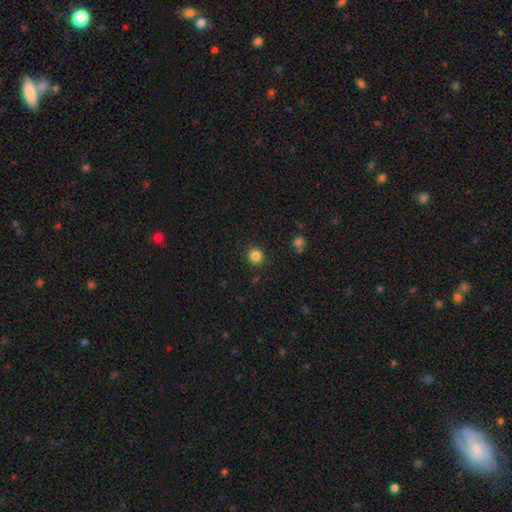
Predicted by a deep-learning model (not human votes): Smooth or featured? Predicted: smooth (p=0.84). How rounded? Predicted: round (p=0.92). Merging? Predicted: none (p=0.91).